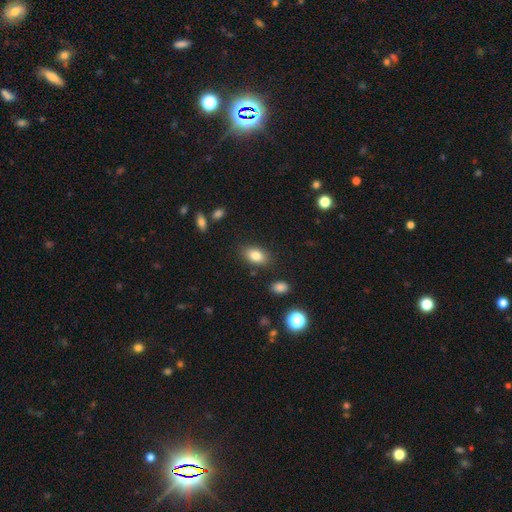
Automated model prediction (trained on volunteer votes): The model was most divided on "merging": none: 83%, minor disturbance: 11%, major disturbance: 3%, merger: 3%. More confident: how rounded — in between (87%); smooth or featured — smooth (83%).